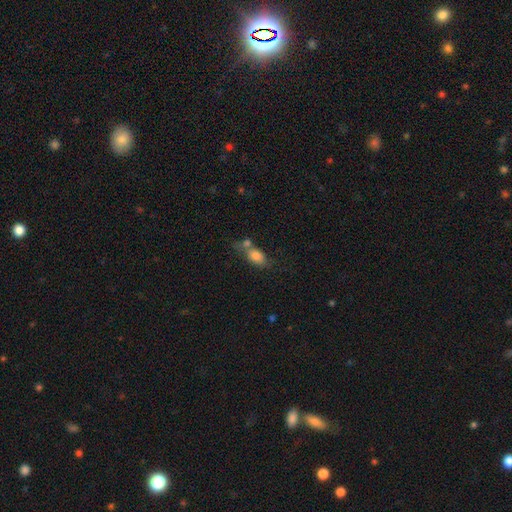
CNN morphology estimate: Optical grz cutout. It shows a smooth galaxy with no disk features (79%) that is in between round and cigar-shaped (80%). Merging: merger (40%).